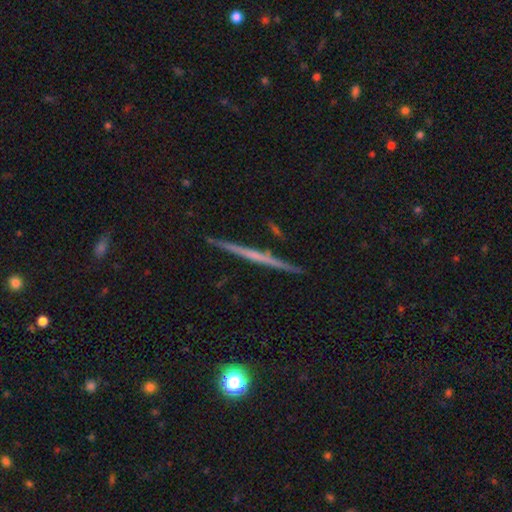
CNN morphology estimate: featured or disk 64%, smooth 29%, star or artifact 7%. Down the decision tree: edge-on disk — yes (98%); edge-on bulge — none (80%); merging — none (91%).